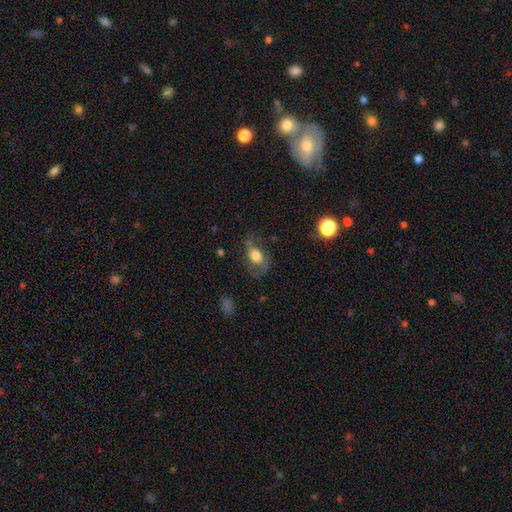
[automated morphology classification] smooth 64%, featured or disk 27%, star or artifact 9%. Down the decision tree: how rounded — in between (81%); merging — none (52%).